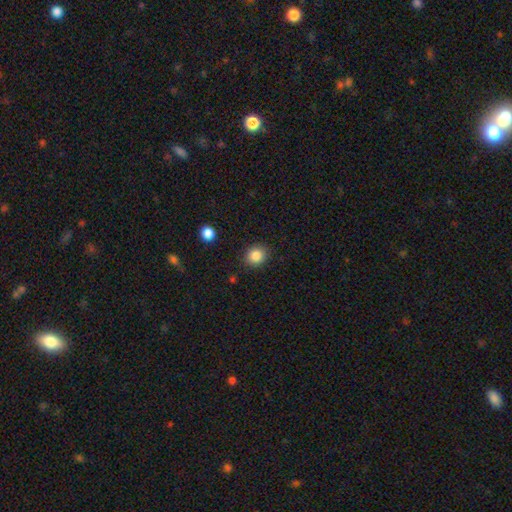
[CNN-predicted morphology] smooth-or-featured: smooth: 86% | star or artifact: 10% | featured or disk: 5%
  how-rounded: round: 78% | in between: 21% | cigar-shaped: 1%
  merging: none: 88% | minor disturbance: 8% | major disturbance: 3% | merger: 2%